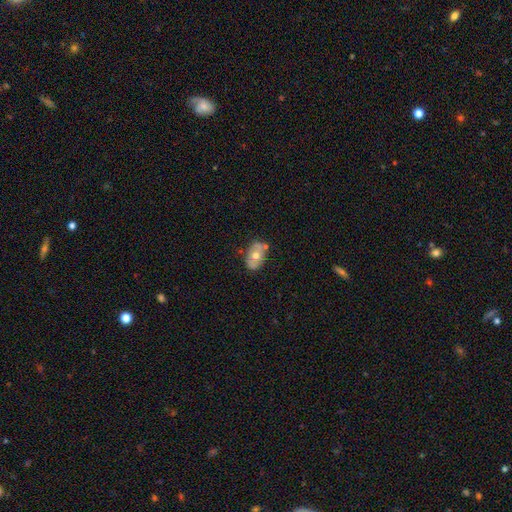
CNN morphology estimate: This appears to be a smooth galaxy with no disk features (54%) that is in between round and cigar-shaped (84%). Merging: none (71%).